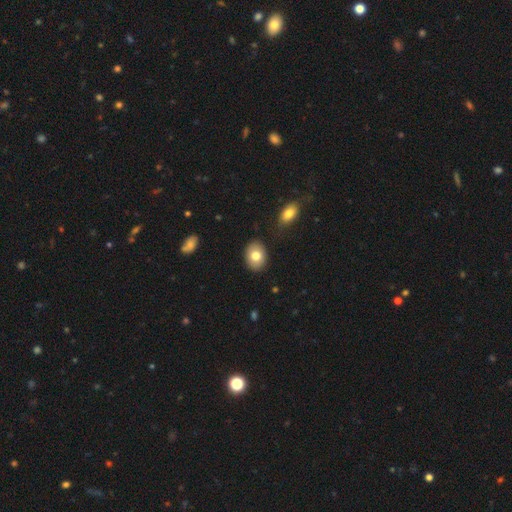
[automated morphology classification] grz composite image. It shows a smooth galaxy with no disk features (79%) that is in between round and cigar-shaped (68%). Merging: none (87%).